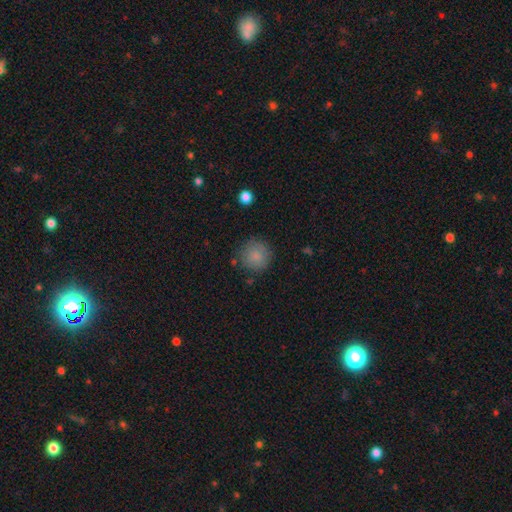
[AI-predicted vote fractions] Q: Smooth or featured?
A: smooth (84%); runner-up: star or artifact (8%)
Q: How rounded?
A: round (94%); runner-up: in between (5%)
Q: Merging?
A: none (82%); runner-up: minor disturbance (12%)